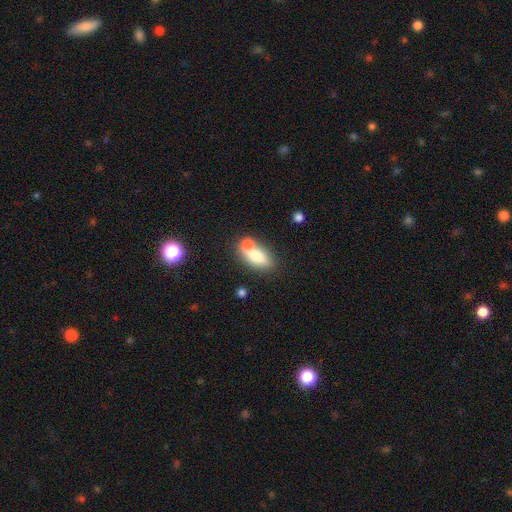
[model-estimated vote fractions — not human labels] A smooth galaxy with no disk features (72%) that is in between round and cigar-shaped (83%).

Vote fractions:
- Smooth or featured? smooth: 72% / featured or disk: 19% / star or artifact: 8%
- How rounded? in between: 83% / round: 9% / cigar-shaped: 8%
- Merging? merger: 45% / none: 38% / minor disturbance: 11% / major disturbance: 5%